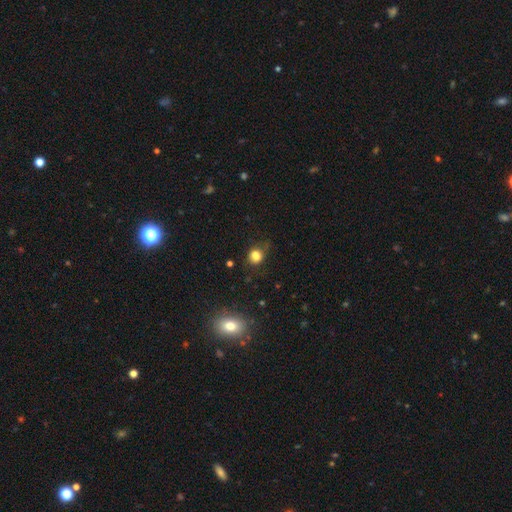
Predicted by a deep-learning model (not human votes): Smooth or featured: smooth — 81% (star or artifact — 13%)
How rounded: round — 74% (in between — 25%)
Merging: none — 69% (minor disturbance — 21%)